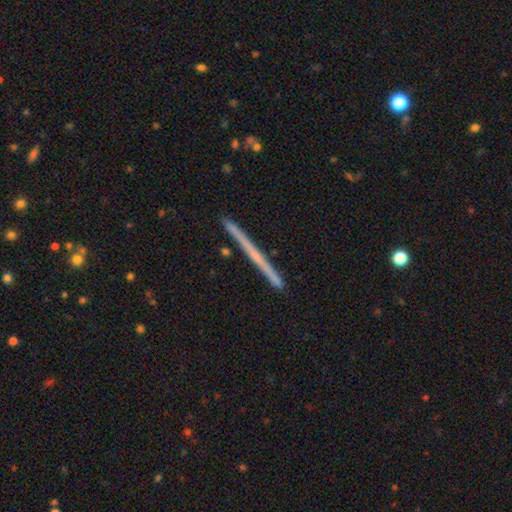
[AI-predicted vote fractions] The model was most divided on "smooth or featured": featured or disk: 61%, smooth: 30%, star or artifact: 9%. More confident: edge-on disk — yes (98%); merging — none (90%); edge-on bulge — none (79%).